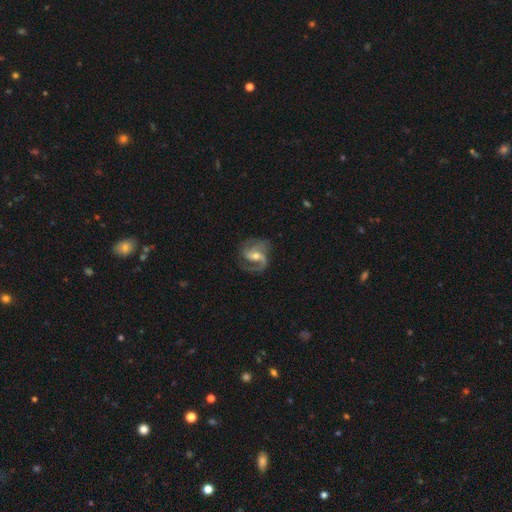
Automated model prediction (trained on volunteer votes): featured or disk 88%, smooth 7%, star or artifact 5%. Down the decision tree: edge-on disk — no (98%); bar — weak (46%); spiral arms — yes (97%); spiral arm count — 2 (72%); spiral winding — medium (52%); bulge size — moderate (61%); merging — none (67%).